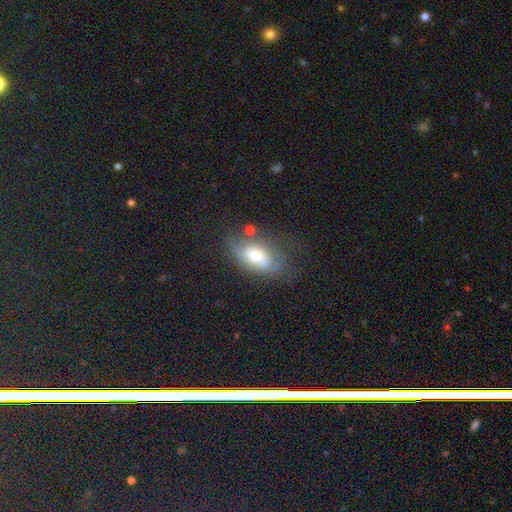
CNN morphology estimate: Q: Smooth or featured?
A: smooth (54%); runner-up: featured or disk (36%)
Q: How rounded?
A: in between (88%); runner-up: round (6%)
Q: Merging?
A: none (51%); runner-up: minor disturbance (27%)